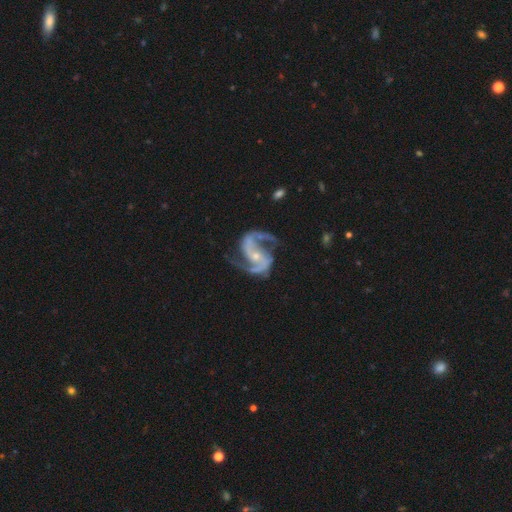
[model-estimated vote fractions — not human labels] A featured or disk galaxy (94%) with no bar (38%), 2 (93%) medium (60%) spiral arms (98%) and a small central bulge (69%). Merging: none (72%).